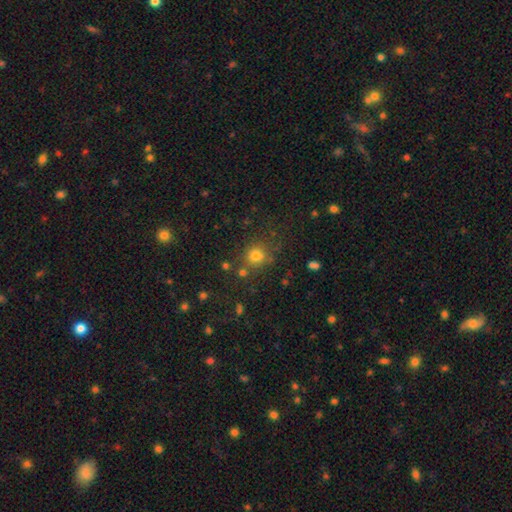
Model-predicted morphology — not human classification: type=smooth (75%); roundness=round (83%); merging=none (71%).